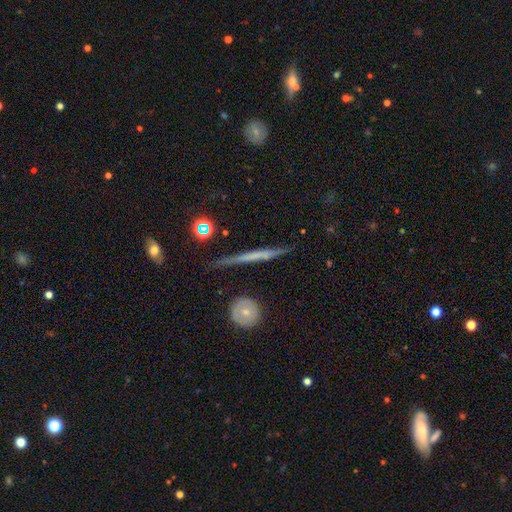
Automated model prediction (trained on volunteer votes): smooth_or_featured: featured or disk (p=0.59) [alt: smooth p=0.33]
disk_edge_on: yes (p=0.91) [alt: no p=0.09]
edge_on_bulge: none (p=0.85) [alt: rounded p=0.10]
merging: none (p=0.82) [alt: minor disturbance p=0.13]